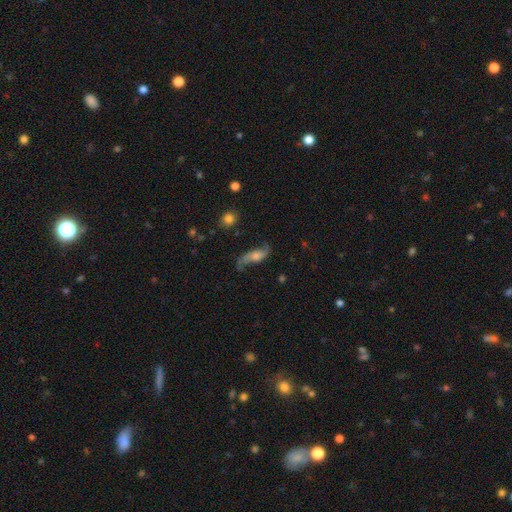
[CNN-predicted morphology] Q: Smooth or featured?
A: featured or disk (74%); runner-up: smooth (18%)
Q: Edge-on disk?
A: no (87%); runner-up: yes (13%)
Q: Bar?
A: no (60%); runner-up: weak (31%)
Q: Spiral arms?
A: yes (94%); runner-up: no (6%)
Q: Spiral winding?
A: loose (80%); runner-up: medium (16%)
Q: Spiral arm count?
A: 2 (90%); runner-up: 1 (4%)
Q: Bulge size?
A: moderate (41%); runner-up: small (28%)
Q: Merging?
A: none (66%); runner-up: minor disturbance (20%)